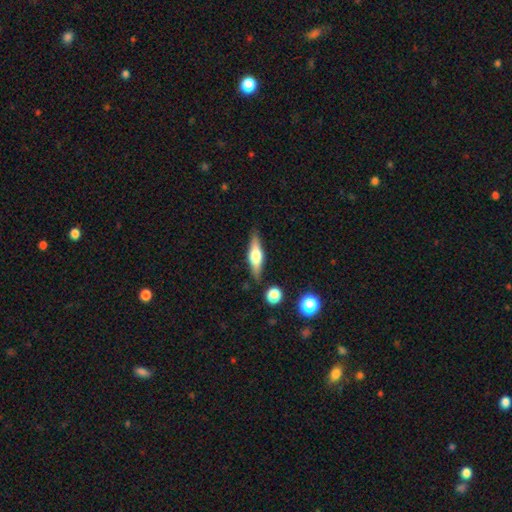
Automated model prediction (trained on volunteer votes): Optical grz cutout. It shows a featured or disk galaxy (54%) viewed edge-on (93%) with a rounded central bulge (91%). Merging: none (84%).